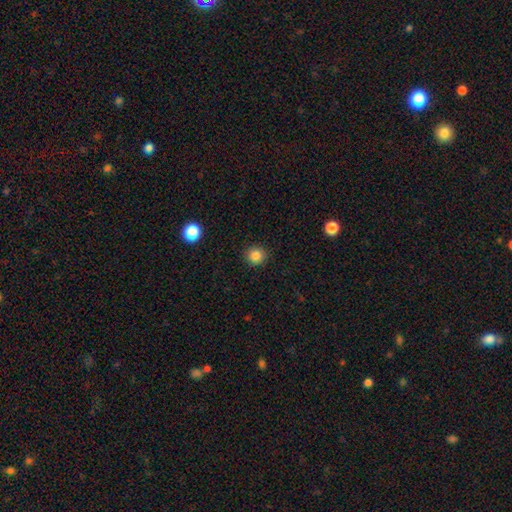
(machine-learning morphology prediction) smooth_or_featured: smooth (p=0.85) [alt: star or artifact p=0.11]
how_rounded: round (p=0.90) [alt: in between p=0.09]
merging: none (p=0.91) [alt: minor disturbance p=0.06]